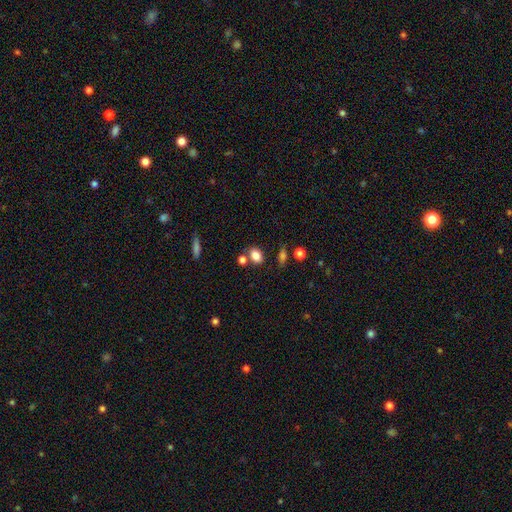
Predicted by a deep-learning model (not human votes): Q: Smooth or featured?
A: smooth (83%); runner-up: star or artifact (11%)
Q: How rounded?
A: in between (71%); runner-up: round (27%)
Q: Merging?
A: none (65%); runner-up: merger (17%)